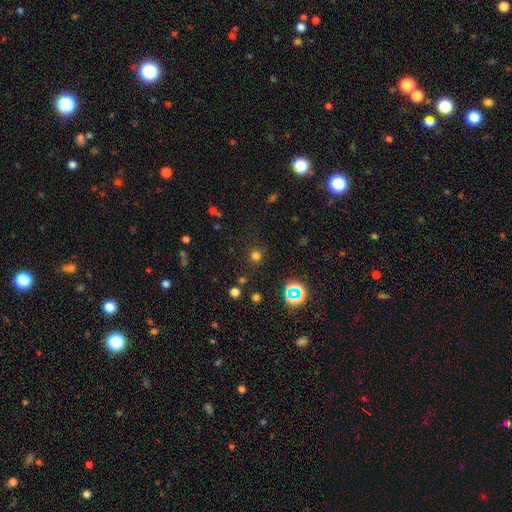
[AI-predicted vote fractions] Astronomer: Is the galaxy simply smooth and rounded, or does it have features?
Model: smooth — 67%.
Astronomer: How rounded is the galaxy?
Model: round — 93%.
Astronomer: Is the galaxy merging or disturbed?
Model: none — 85%.